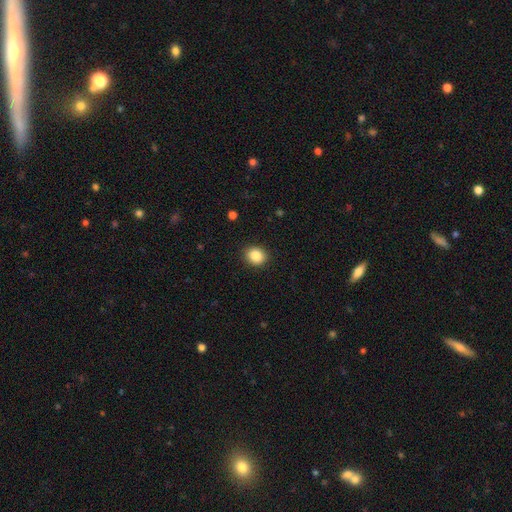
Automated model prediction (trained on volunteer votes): smooth 87%, star or artifact 9%, featured or disk 4%. Down the decision tree: how rounded — round (68%); merging — none (90%).